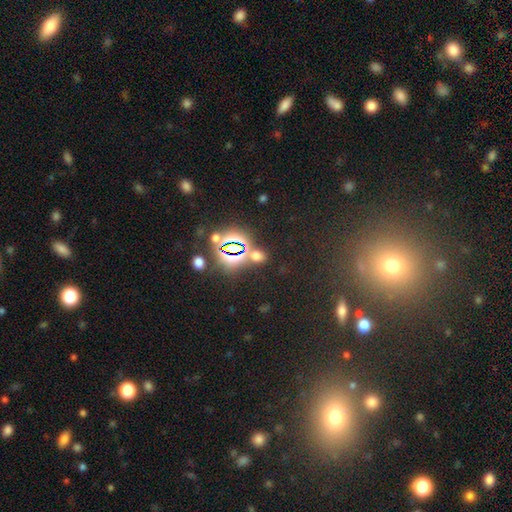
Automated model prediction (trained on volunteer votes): smooth-or-featured: star or artifact: 52% | smooth: 41% | featured or disk: 7%